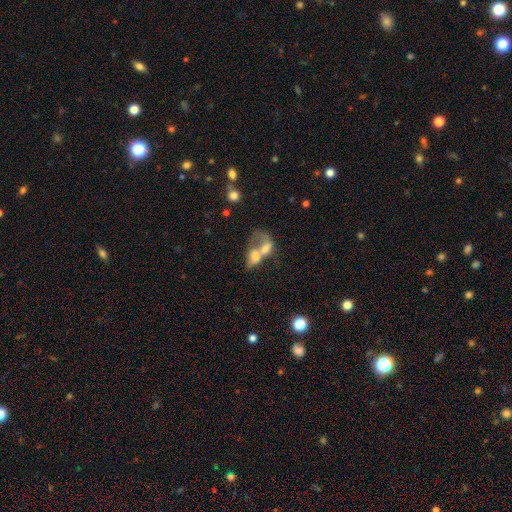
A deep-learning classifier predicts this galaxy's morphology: This is possibly a smooth galaxy (52%). How rounded: likely in between (73%). Merging: likely merger (74%).